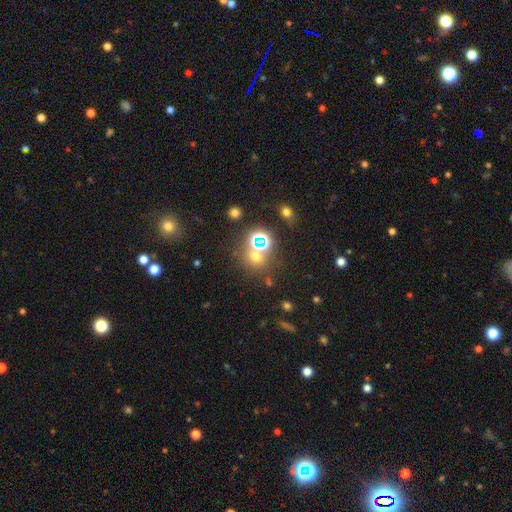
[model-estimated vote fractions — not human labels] This appears to be a smooth galaxy with no disk features (46%). Merging: none (69%).